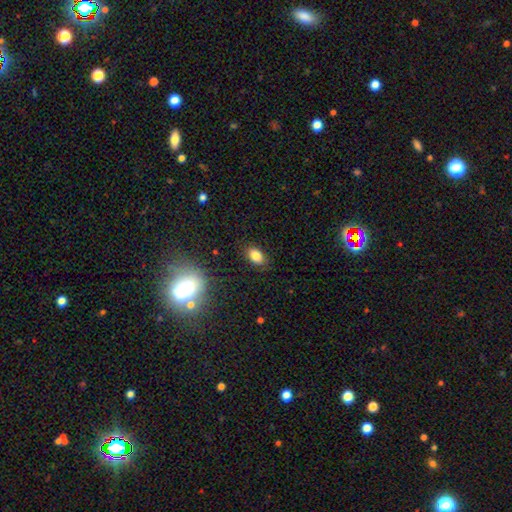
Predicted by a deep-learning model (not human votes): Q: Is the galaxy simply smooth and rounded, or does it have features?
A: smooth — 82%.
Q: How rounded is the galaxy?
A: in between — 86%.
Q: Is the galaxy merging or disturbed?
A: none — 85%.